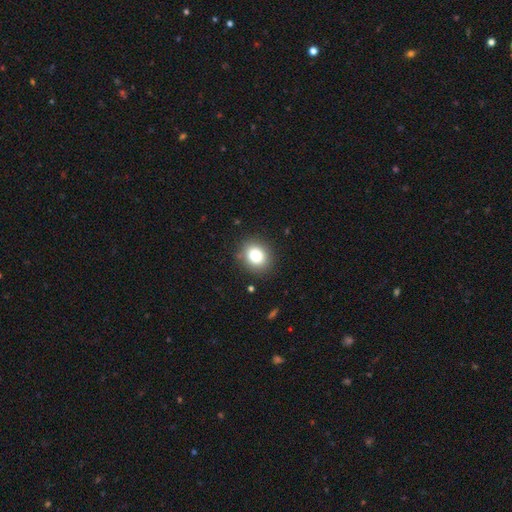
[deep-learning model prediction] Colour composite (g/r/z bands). It shows a smooth galaxy with no disk features (79%) that is round (68%). Merging: none (88%).